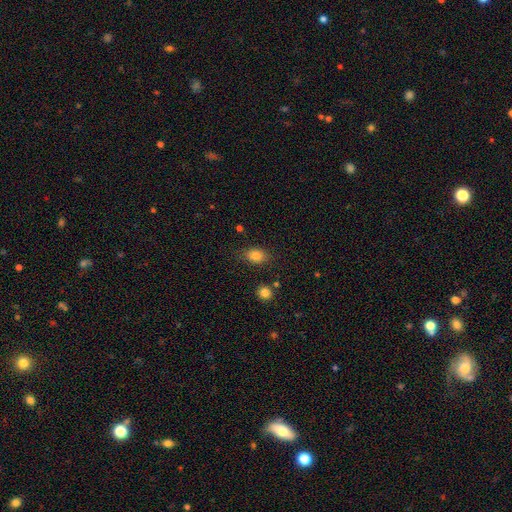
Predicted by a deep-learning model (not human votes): Smooth or featured? smooth (83%)
How rounded? in between (67%)
Merging? none (80%)